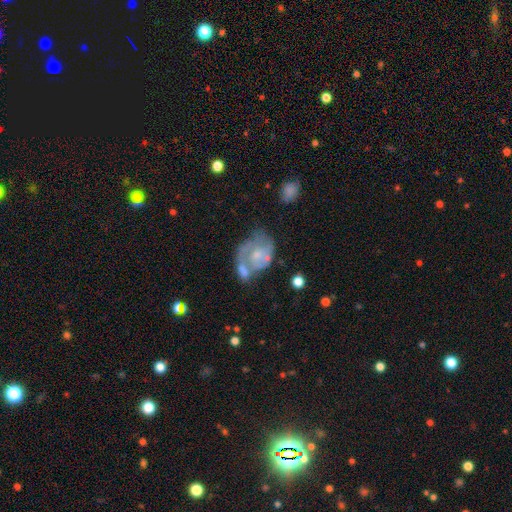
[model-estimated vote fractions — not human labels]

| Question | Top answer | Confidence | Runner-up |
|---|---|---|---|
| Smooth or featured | featured or disk | 67% | smooth (25%) |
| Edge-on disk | no | 97% | yes (3%) |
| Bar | no | 74% | weak (22%) |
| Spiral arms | yes | 67% | no (33%) |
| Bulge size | small | 48% | moderate (34%) |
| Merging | none | 32% | merger (27%) |